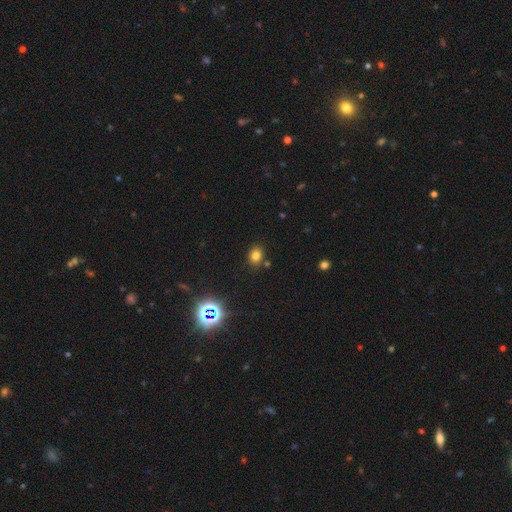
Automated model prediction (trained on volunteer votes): Smooth or featured? smooth (75%)
How rounded? round (50%)
Merging? none (81%)